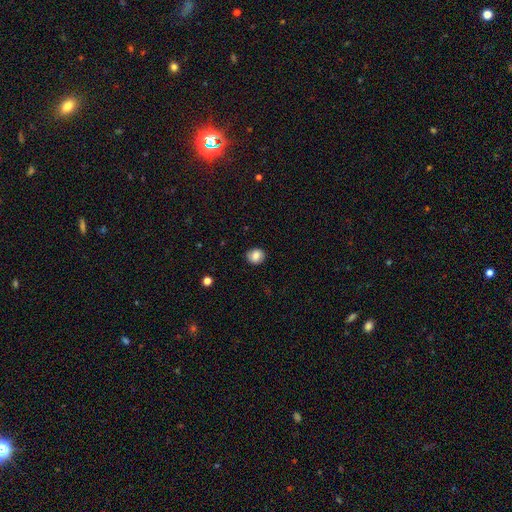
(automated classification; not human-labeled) smooth_or_featured: smooth (p=0.82) [alt: star or artifact p=0.09]
how_rounded: round (p=0.79) [alt: in between p=0.20]
merging: none (p=0.88) [alt: minor disturbance p=0.09]